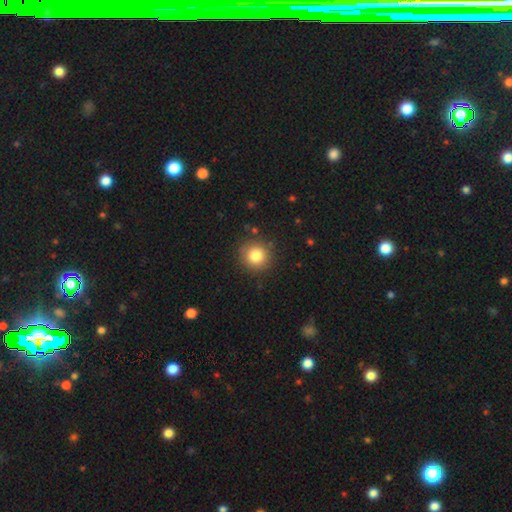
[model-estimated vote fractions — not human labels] This appears to be a smooth galaxy with no disk features (82%) that is round (93%). Merging: none (88%).